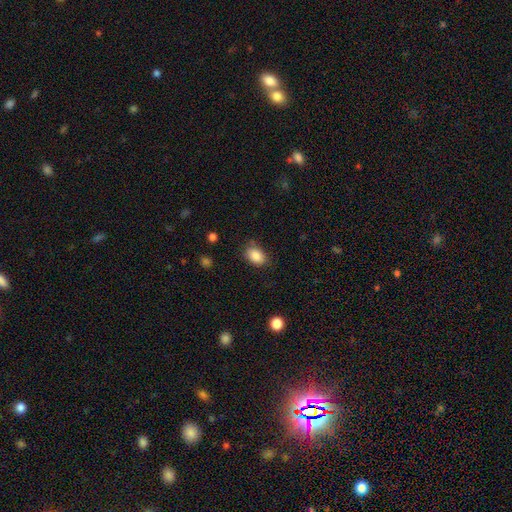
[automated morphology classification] smooth-or-featured: smooth: 87% | star or artifact: 8% | featured or disk: 5%
  how-rounded: in between: 82% | round: 17% | cigar-shaped: 1%
  merging: none: 76% | minor disturbance: 18% | major disturbance: 4% | merger: 2%